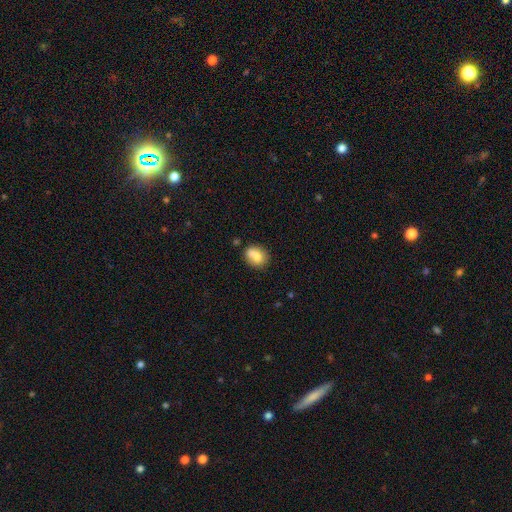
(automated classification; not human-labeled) A smooth galaxy with no disk features (77%) that is in between round and cigar-shaped (53%). Merging: none (58%).